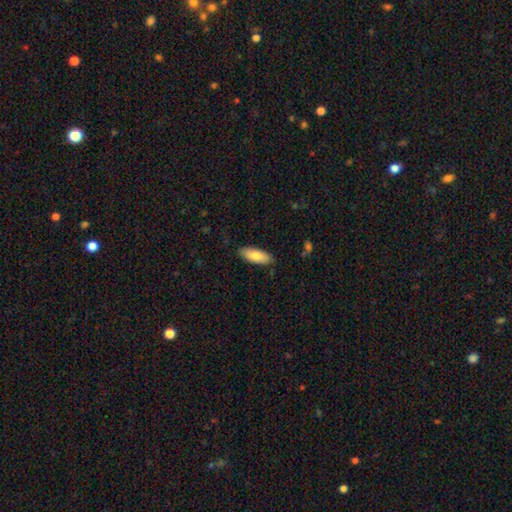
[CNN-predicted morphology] Q: Smooth or featured?
A: smooth (81%); runner-up: featured or disk (14%)
Q: How rounded?
A: in between (72%); runner-up: cigar-shaped (26%)
Q: Merging?
A: none (86%); runner-up: minor disturbance (11%)